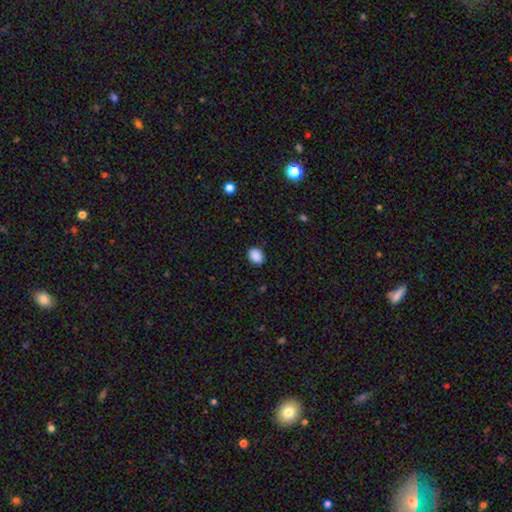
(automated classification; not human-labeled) Smooth or featured: smooth — 89% (star or artifact — 8%)
How rounded: in between — 64% (round — 35%)
Merging: none — 88% (minor disturbance — 9%)